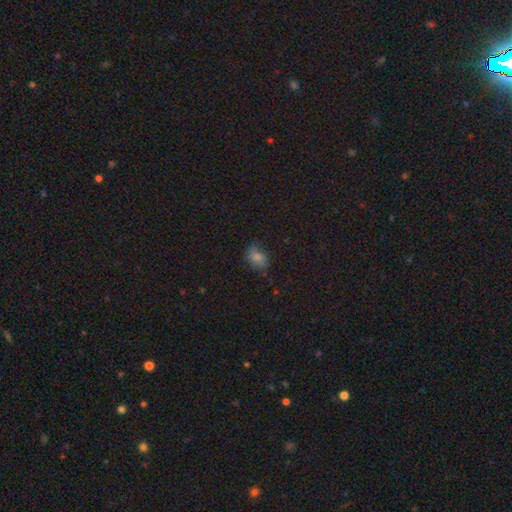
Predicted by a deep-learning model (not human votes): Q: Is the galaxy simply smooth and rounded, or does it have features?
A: smooth — 64%.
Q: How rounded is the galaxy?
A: in between — 68%.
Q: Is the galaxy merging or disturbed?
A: none — 64%.